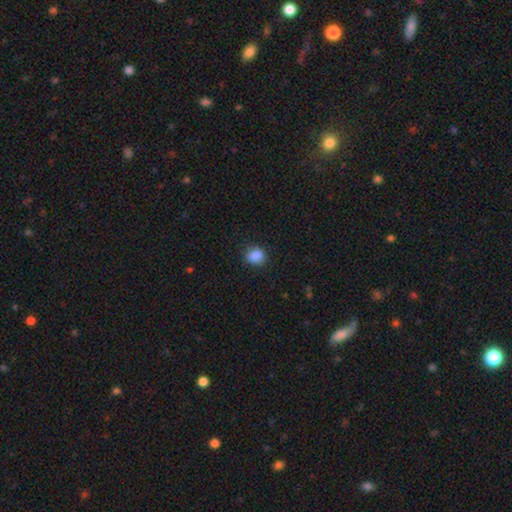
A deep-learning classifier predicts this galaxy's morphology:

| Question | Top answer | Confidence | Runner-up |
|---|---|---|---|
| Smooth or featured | smooth | 87% | star or artifact (10%) |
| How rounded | round | 65% | in between (34%) |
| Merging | none | 79% | minor disturbance (16%) |